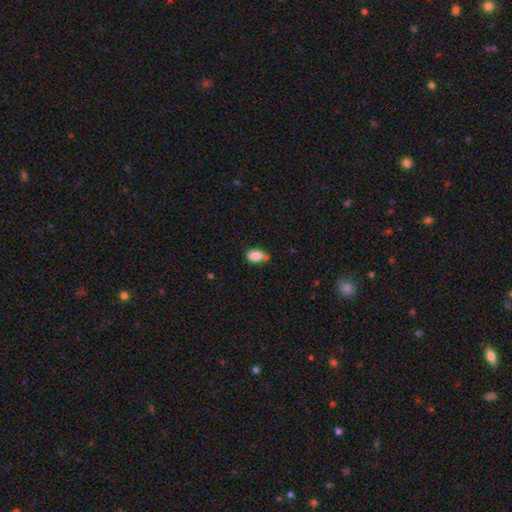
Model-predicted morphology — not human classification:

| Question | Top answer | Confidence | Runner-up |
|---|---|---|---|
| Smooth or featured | smooth | 85% | star or artifact (8%) |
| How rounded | in between | 89% | round (9%) |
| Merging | none | 47% | minor disturbance (43%) |